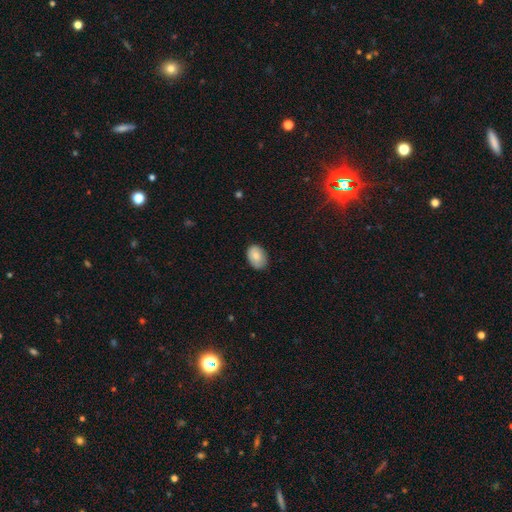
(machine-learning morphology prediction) smooth 81%, featured or disk 12%, star or artifact 7%. Down the decision tree: how rounded — in between (78%); merging — none (79%).